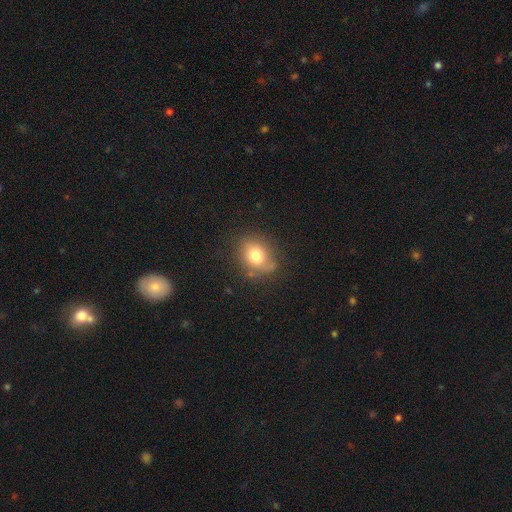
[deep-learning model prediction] Smooth or featured?
  - smooth: 76% *
  - featured or disk: 13%
  - star or artifact: 11%
How rounded?
  - round: 52% *
  - in between: 47%
  - cigar-shaped: 1%
Merging?
  - none: 76% *
  - minor disturbance: 17%
  - major disturbance: 5%
  - merger: 2%